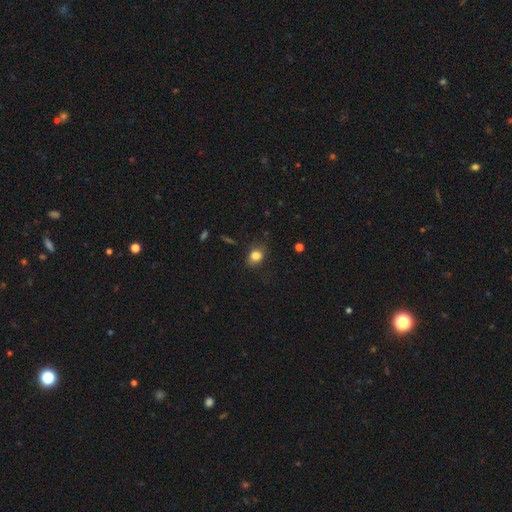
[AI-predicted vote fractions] This appears to be a smooth galaxy with no disk features (81%) that is in between round and cigar-shaped (54%). Merging: none (76%).